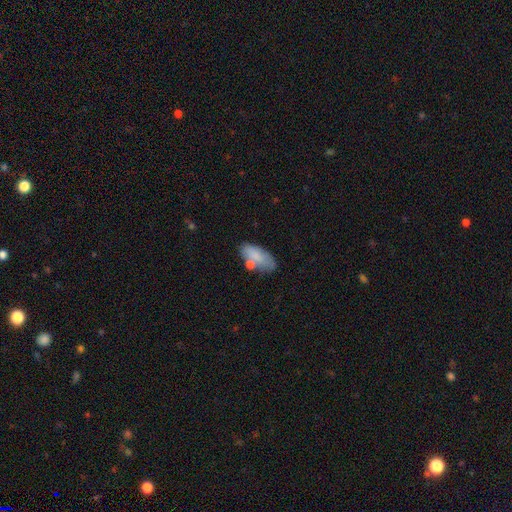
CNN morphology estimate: A smooth galaxy with no disk features (79%) that is in between round and cigar-shaped (87%).

Vote fractions:
- Smooth or featured? smooth: 79% / featured or disk: 14% / star or artifact: 7%
- How rounded? in between: 87% / cigar-shaped: 10% / round: 3%
- Merging? none: 60% / minor disturbance: 21% / merger: 14% / major disturbance: 6%